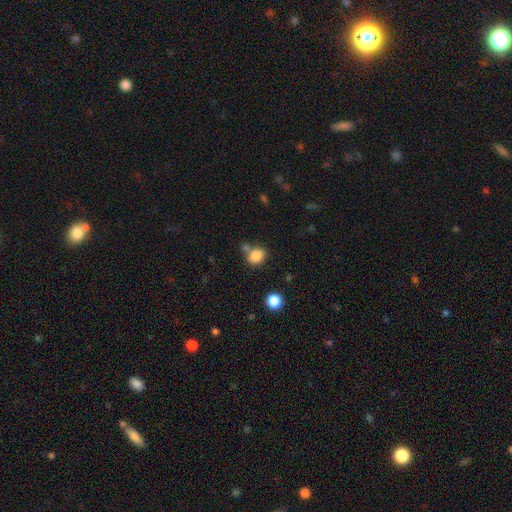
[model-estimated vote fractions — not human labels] A smooth galaxy with no disk features (85%) that is round (52%). Merging: none (62%).